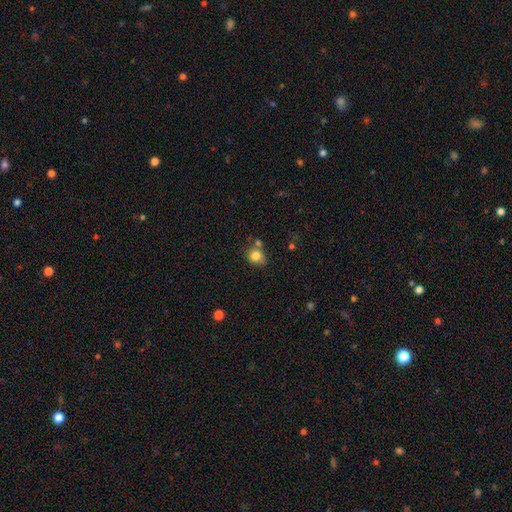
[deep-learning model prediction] Smooth or featured? Predicted: smooth (p=0.82). How rounded? Predicted: round (p=0.72). Merging? Predicted: none (p=0.61).